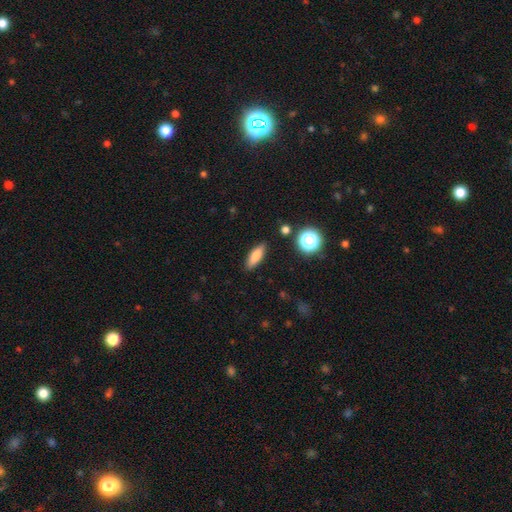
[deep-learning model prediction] Smooth or featured? smooth (76%)
How rounded? in between (57%)
Merging? none (87%)